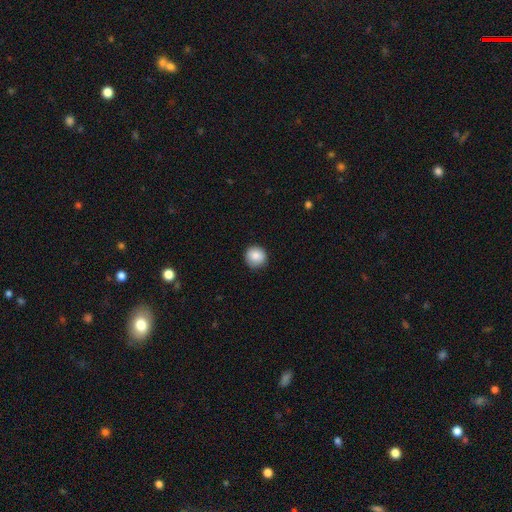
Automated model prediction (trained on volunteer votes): Smooth or featured: smooth — 86% (star or artifact — 8%)
How rounded: round — 93% (in between — 6%)
Merging: none — 88% (minor disturbance — 9%)